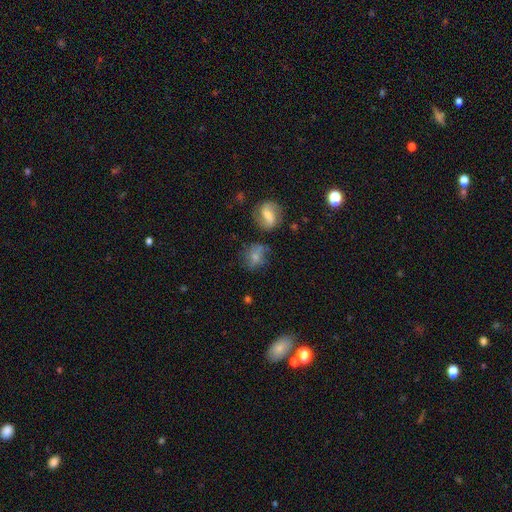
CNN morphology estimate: Smooth or featured: smooth — 55% (featured or disk — 33%)
How rounded: round — 52% (in between — 46%)
Merging: none — 54% (minor disturbance — 23%)